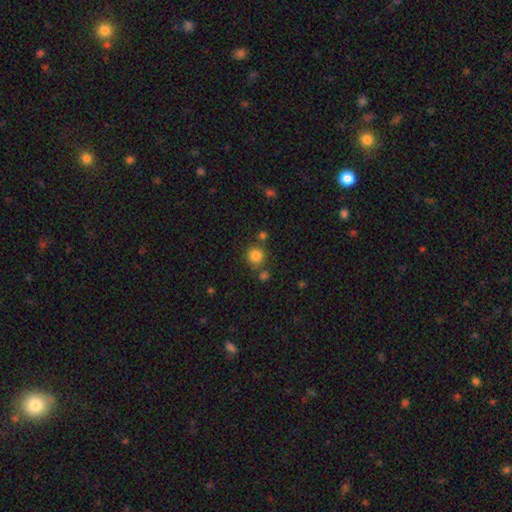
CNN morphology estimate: smooth 82%, star or artifact 12%, featured or disk 5%. Down the decision tree: how rounded — round (91%); merging — none (75%).